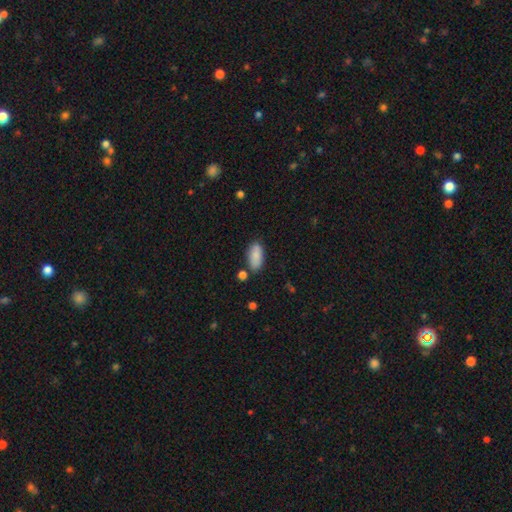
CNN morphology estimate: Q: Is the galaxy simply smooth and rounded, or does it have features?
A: smooth — 87%.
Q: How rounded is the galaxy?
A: in between — 88%.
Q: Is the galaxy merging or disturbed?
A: none — 79%.